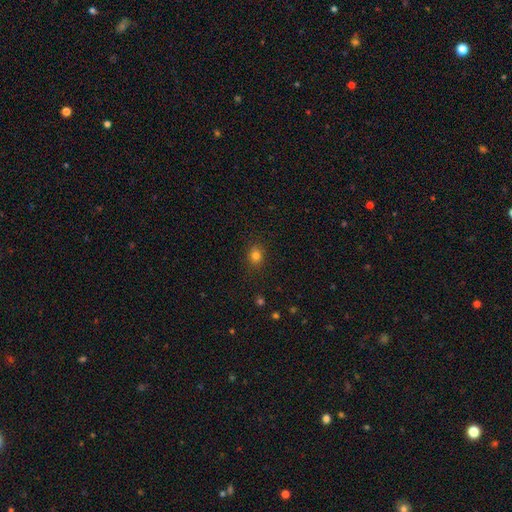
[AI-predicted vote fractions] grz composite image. It shows a smooth galaxy with no disk features (81%) that is round (59%). Merging: none (85%).